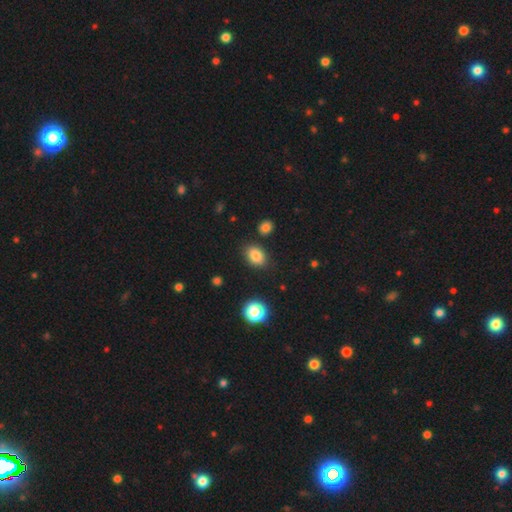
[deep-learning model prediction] Smooth or featured? smooth (83%)
How rounded? in between (77%)
Merging? none (84%)